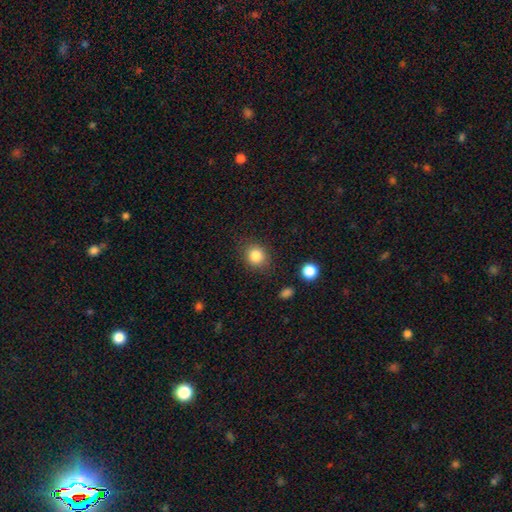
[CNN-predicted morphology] The model was most divided on "how rounded": round: 77%, in between: 22%, cigar-shaped: 1%. More confident: merging — none (85%); smooth or featured — smooth (84%).